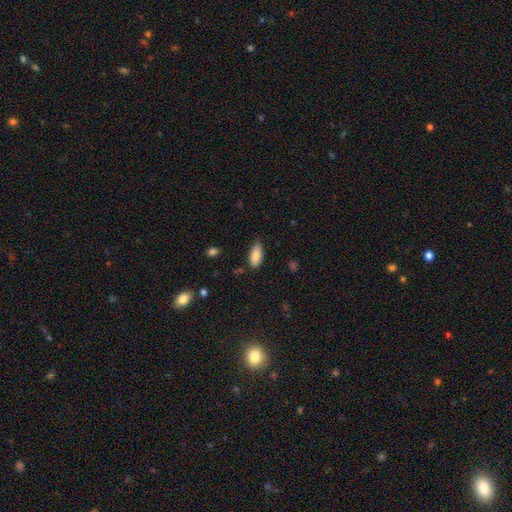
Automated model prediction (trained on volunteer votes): This is clearly a smooth galaxy (87%). How rounded: clearly in between (88%). Merging: likely none (78%).